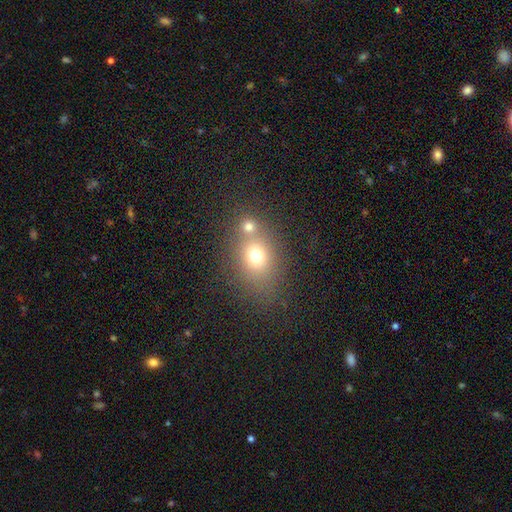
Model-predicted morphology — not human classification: This is likely a smooth galaxy (69%). How rounded: possibly round (56%). Merging: possibly none (46%).